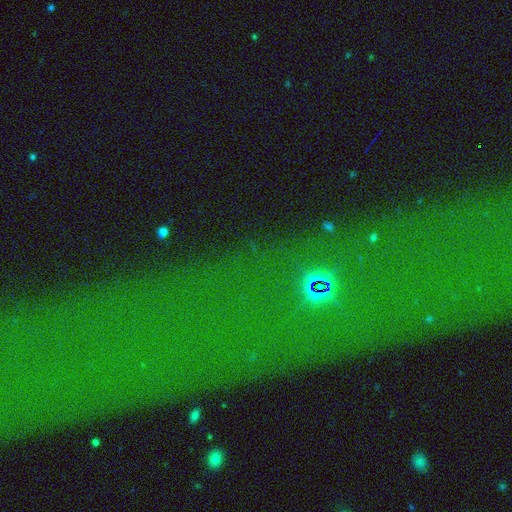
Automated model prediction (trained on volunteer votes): Q: Smooth or featured?
A: star or artifact (72%); runner-up: featured or disk (15%)